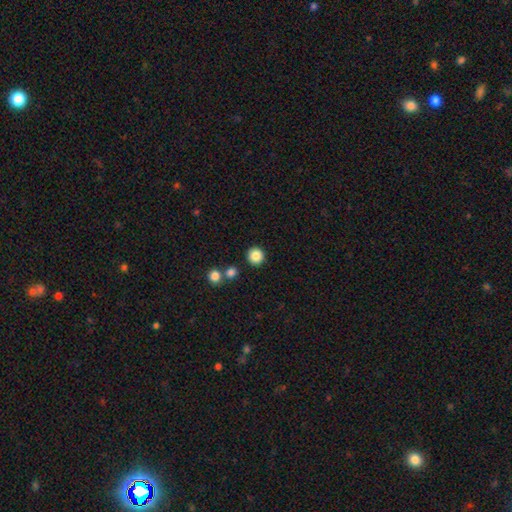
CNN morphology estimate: Overall: smooth (86%). How rounded: round (94%). Merging: none (89%).